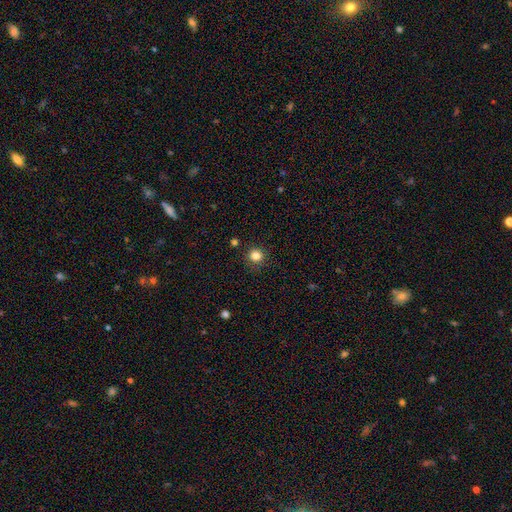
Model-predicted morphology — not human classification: smooth_or_featured: smooth (p=0.83) [alt: star or artifact p=0.13]
how_rounded: round (p=0.93) [alt: in between p=0.06]
merging: none (p=0.89) [alt: minor disturbance p=0.07]